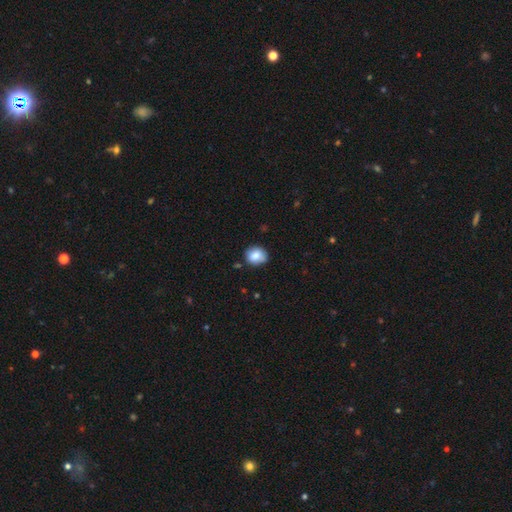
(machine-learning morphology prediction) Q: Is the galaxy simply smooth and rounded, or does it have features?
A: smooth — 81%.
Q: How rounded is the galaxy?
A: round — 74%.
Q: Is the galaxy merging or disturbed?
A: none — 78%.